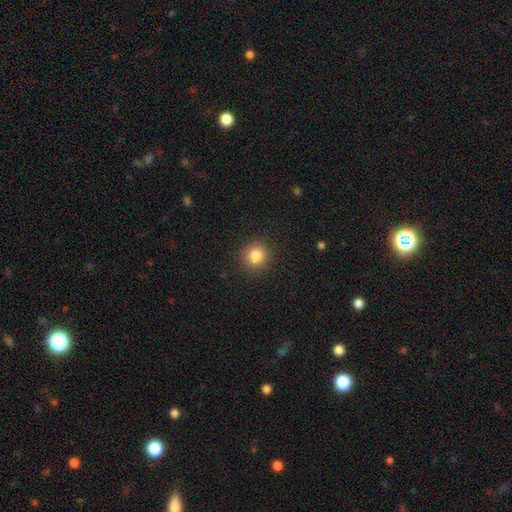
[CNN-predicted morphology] A smooth galaxy with no disk features (83%) that is round (91%). Merging: none (89%).